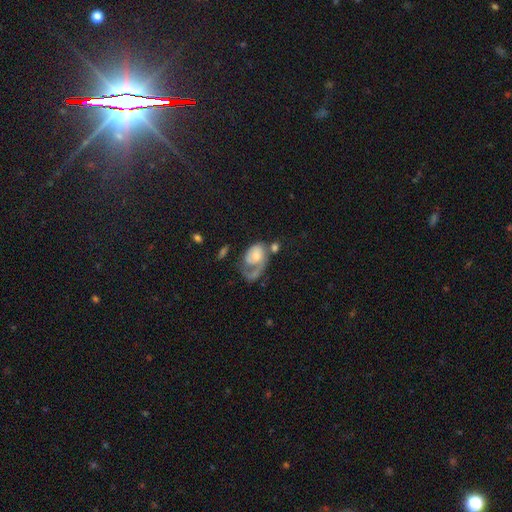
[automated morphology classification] This is likely a featured or disk galaxy (67%). It is clearly not viewed edge-on (97%). Bar: likely no (76%). Spiral arm pattern: likely yes (79%). Spiral arm count: likely 1 (74%). Spiral winding: marginally tight (39%). Central bulge: possibly moderate (47%). Merging: marginally major disturbance (41%).